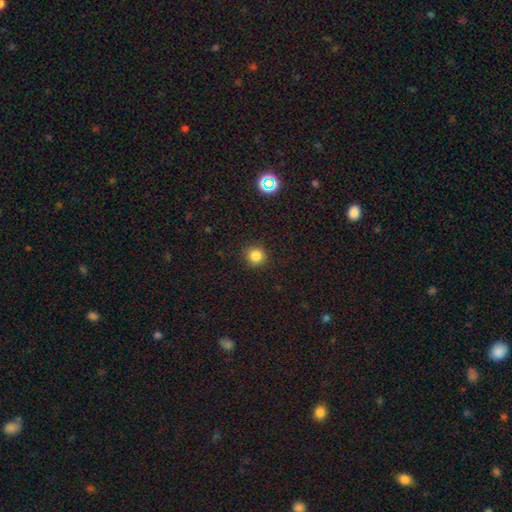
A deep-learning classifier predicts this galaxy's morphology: A smooth galaxy with no disk features (83%) that is round (94%).

Vote fractions:
- Smooth or featured? smooth: 83% / star or artifact: 13% / featured or disk: 4%
- How rounded? round: 94% / in between: 5% / cigar-shaped: 1%
- Merging? none: 91% / minor disturbance: 6% / major disturbance: 2% / merger: 1%